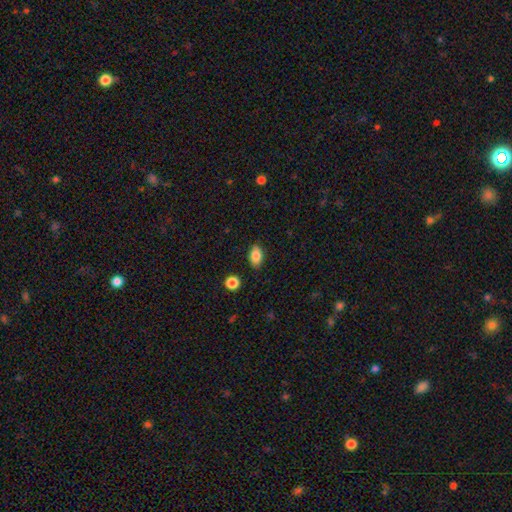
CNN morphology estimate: Smooth or featured: smooth — 85% (star or artifact — 8%)
How rounded: in between — 88% (round — 9%)
Merging: none — 87% (minor disturbance — 9%)